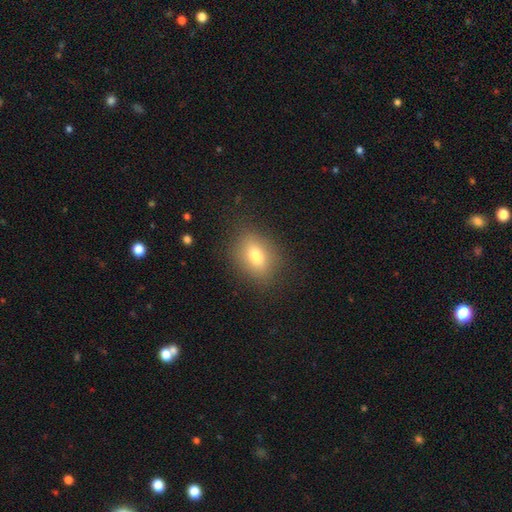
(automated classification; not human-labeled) A smooth galaxy with no disk features (74%) that is in between round and cigar-shaped (71%).

Vote fractions:
- Smooth or featured? smooth: 74% / featured or disk: 15% / star or artifact: 11%
- How rounded? in between: 71% / round: 27% / cigar-shaped: 3%
- Merging? none: 83% / minor disturbance: 11% / major disturbance: 4% / merger: 1%